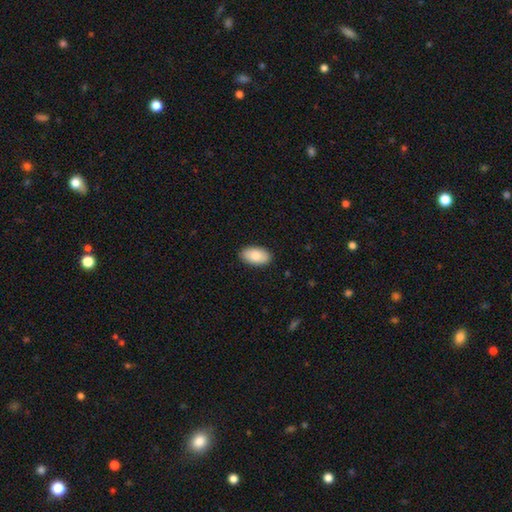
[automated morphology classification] smooth_or_featured: smooth (p=0.86) [alt: featured or disk p=0.08]
how_rounded: in between (p=0.95) [alt: round p=0.03]
merging: none (p=0.89) [alt: minor disturbance p=0.08]